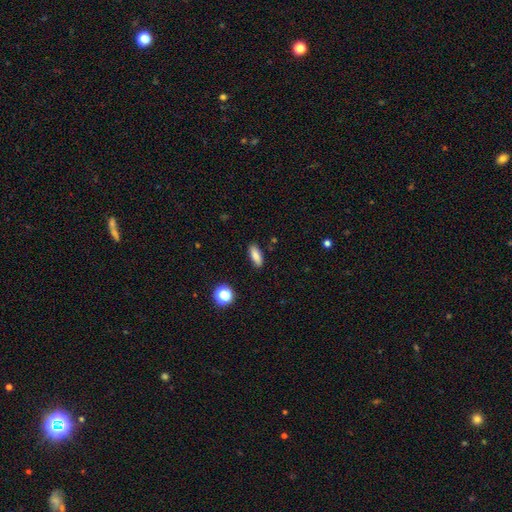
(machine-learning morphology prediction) Smooth or featured?
  - smooth: 83% *
  - star or artifact: 9%
  - featured or disk: 7%
How rounded?
  - in between: 69% *
  - cigar-shaped: 27%
  - round: 4%
Merging?
  - none: 88% *
  - minor disturbance: 8%
  - major disturbance: 2%
  - merger: 2%